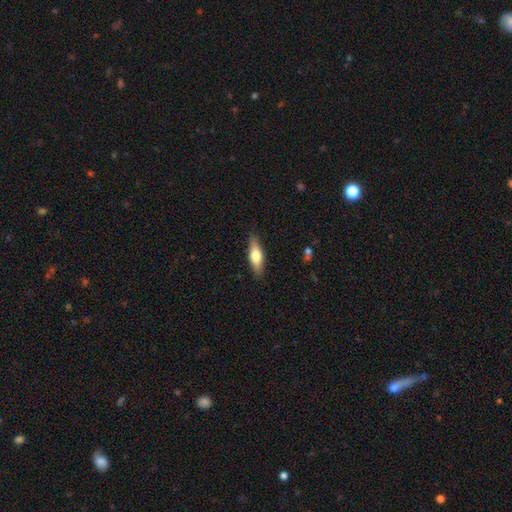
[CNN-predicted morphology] smooth 62%, featured or disk 32%, star or artifact 6%. Down the decision tree: how rounded — in between (50%); merging — none (87%).